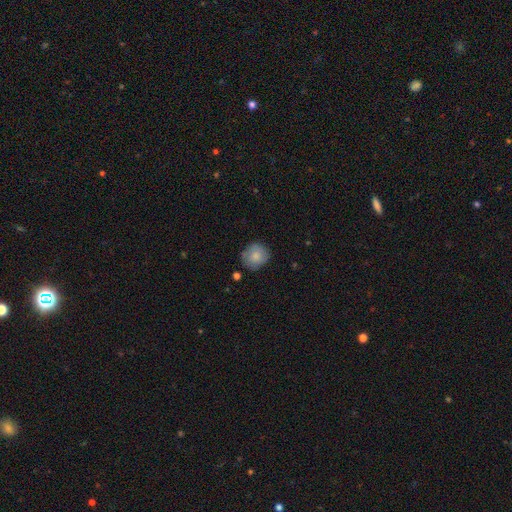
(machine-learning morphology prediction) The model was most divided on "merging": none: 79%, minor disturbance: 16%, major disturbance: 3%, merger: 2%. More confident: how rounded — round (85%); smooth or featured — smooth (80%).